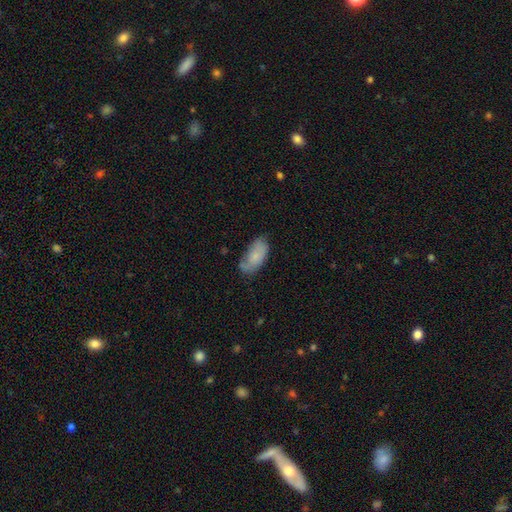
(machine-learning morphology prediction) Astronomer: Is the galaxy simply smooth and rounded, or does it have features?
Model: smooth — 74%.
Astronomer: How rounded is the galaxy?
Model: in between — 92%.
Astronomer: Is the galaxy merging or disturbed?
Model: none — 54% (runner-up: minor disturbance, 31%).